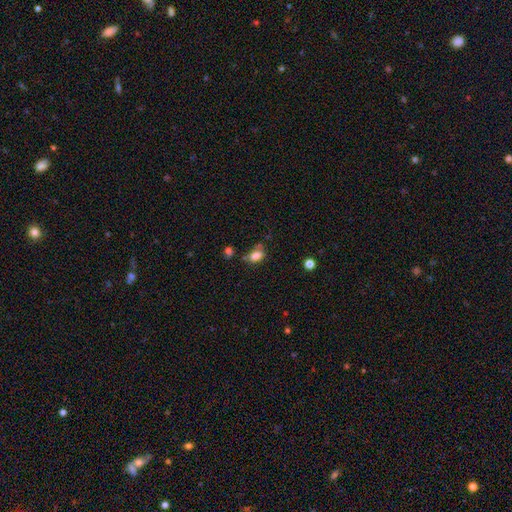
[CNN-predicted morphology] This is likely a smooth galaxy (79%). How rounded: clearly in between (85%). Merging: possibly none (54%).